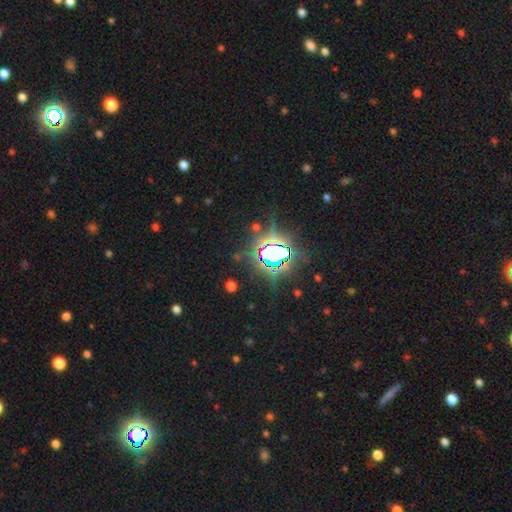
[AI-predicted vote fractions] This is clearly a star or artifact rather than a galaxy (82%).